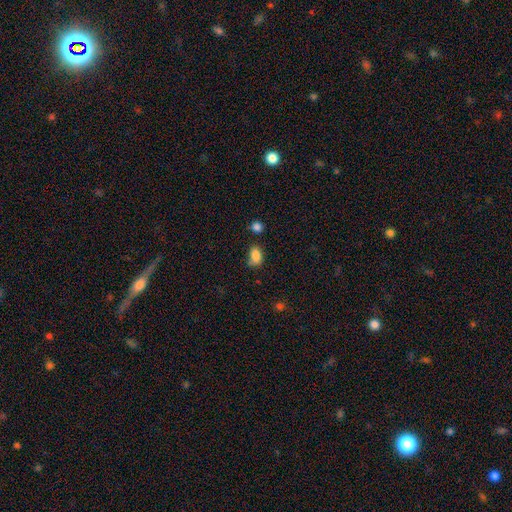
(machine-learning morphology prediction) smooth 84%, star or artifact 10%, featured or disk 6%. Down the decision tree: how rounded — in between (82%); merging — none (51%).